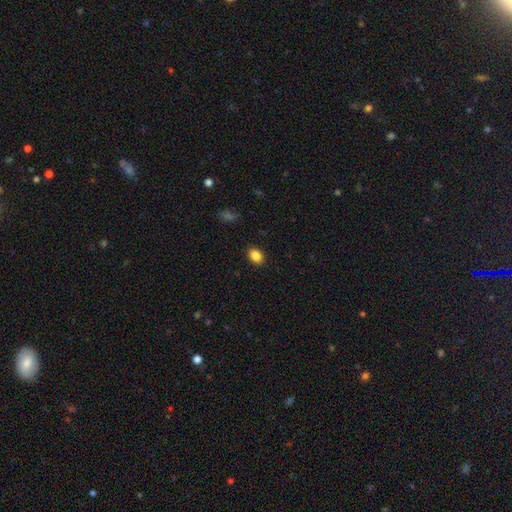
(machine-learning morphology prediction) type=smooth (86%); roundness=in between (72%); merging=none (89%).